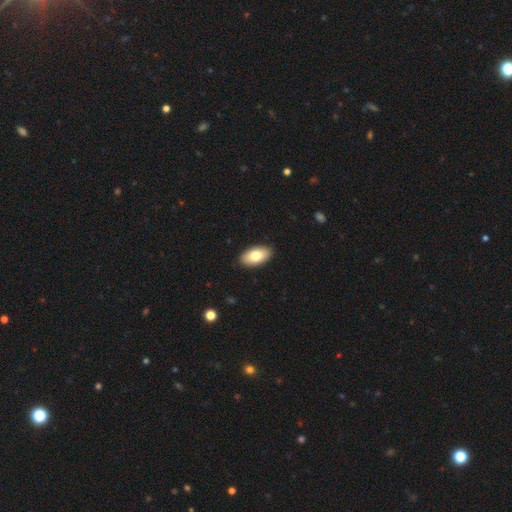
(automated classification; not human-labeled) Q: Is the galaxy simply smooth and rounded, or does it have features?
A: smooth — 78%.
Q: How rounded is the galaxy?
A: in between — 95%.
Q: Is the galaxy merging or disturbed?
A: none — 90%.